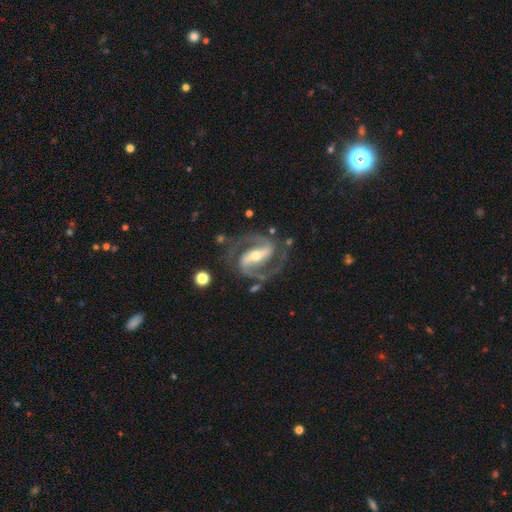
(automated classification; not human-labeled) A featured or disk galaxy (92%) with a strong bar (69%), 2 (94%) medium (61%) spiral arms (98%) and a moderate central bulge (54%). Merging: none (79%).